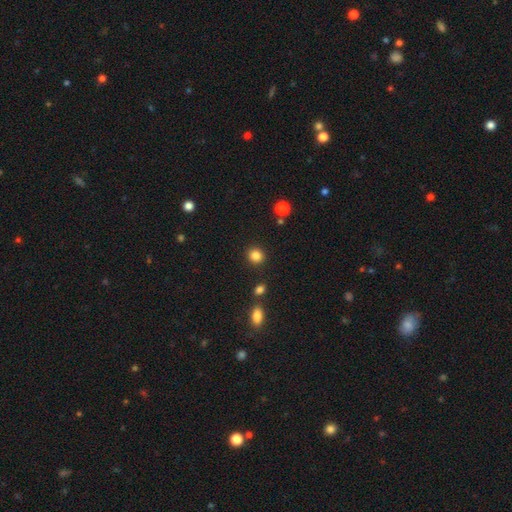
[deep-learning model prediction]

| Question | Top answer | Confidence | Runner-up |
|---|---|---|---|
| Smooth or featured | smooth | 85% | star or artifact (11%) |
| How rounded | round | 87% | in between (12%) |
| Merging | none | 89% | minor disturbance (6%) |